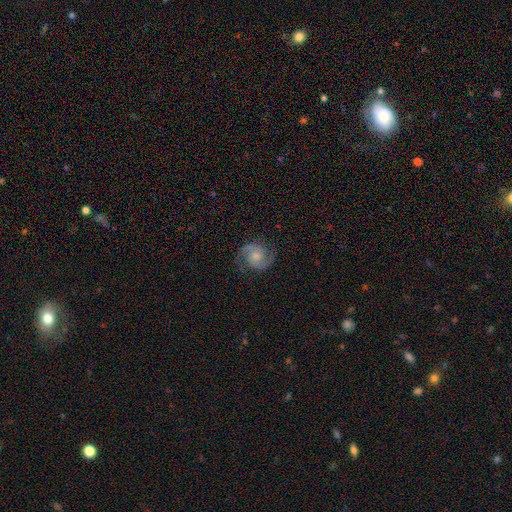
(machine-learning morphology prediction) A featured or disk galaxy (88%) with no bar (68%), 2 (94%) medium (58%) spiral arms (98%) and a moderate central bulge (44%).

Vote fractions:
- Smooth or featured? featured or disk: 88% / smooth: 6% / star or artifact: 6%
- Edge-on disk? no: 98% / yes: 2%
- Bar? no: 68% / weak: 27% / strong: 5%
- Spiral arms? yes: 98% / no: 2%
- Spiral winding? medium: 58% / tight: 28% / loose: 14%
- Spiral arm count? 2: 94% / can't tell: 2% / 3: 1% / 1: 1% / 4: 1% / more than 4: 1%
- Bulge size? moderate: 44% / small: 43% / none: 7% / large: 5% / dominant: 1%
- Merging? none: 82% / minor disturbance: 12% / major disturbance: 4% / merger: 1%